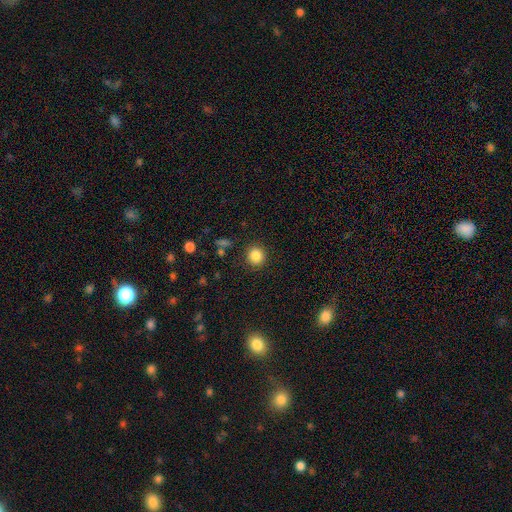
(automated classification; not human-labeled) This appears to be a smooth galaxy with no disk features (85%) that is round (90%). Merging: none (89%).